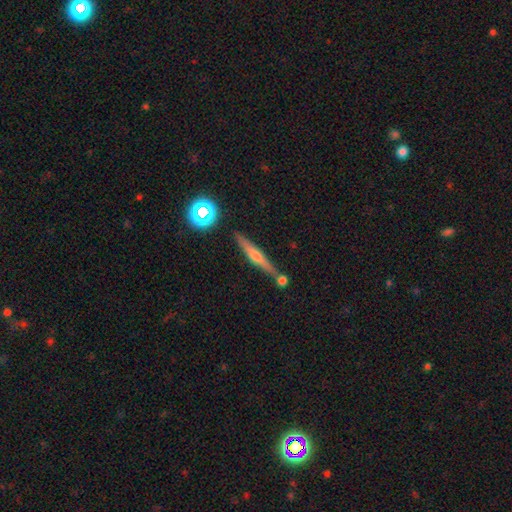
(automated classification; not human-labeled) Overall: featured or disk (63%; smooth 27%). Edge-on disk: yes (96%). Edge-on bulge: rounded (81%). Merging: none (79%).